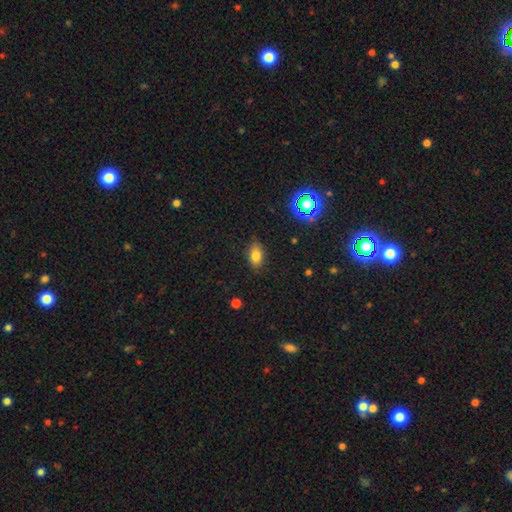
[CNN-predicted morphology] Smooth or featured? smooth (78%)
How rounded? in between (86%)
Merging? none (82%)